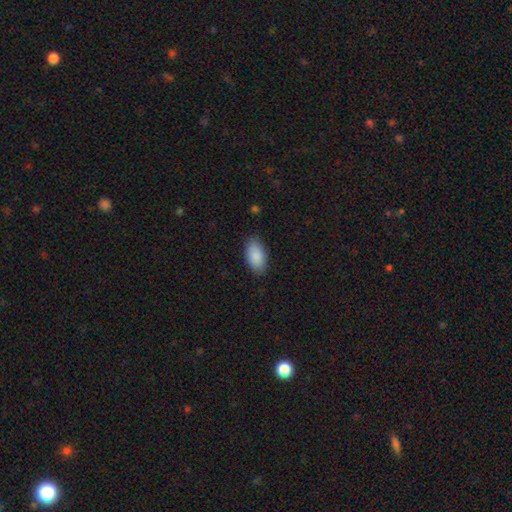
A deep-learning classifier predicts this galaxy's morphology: Smooth or featured? smooth (89%)
How rounded? in between (94%)
Merging? none (85%)